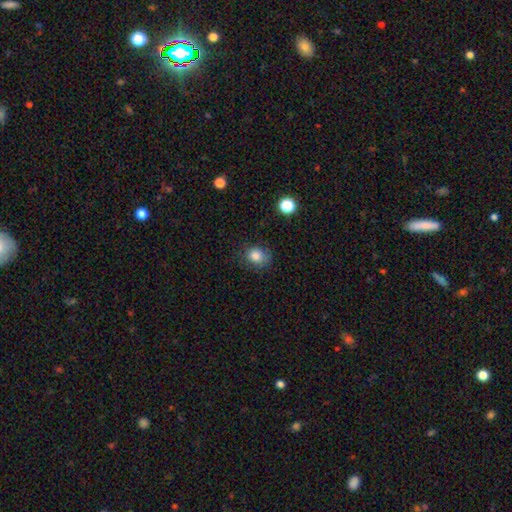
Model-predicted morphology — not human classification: Q: Smooth or featured?
A: smooth (83%); runner-up: star or artifact (11%)
Q: How rounded?
A: round (67%); runner-up: in between (33%)
Q: Merging?
A: none (73%); runner-up: minor disturbance (19%)